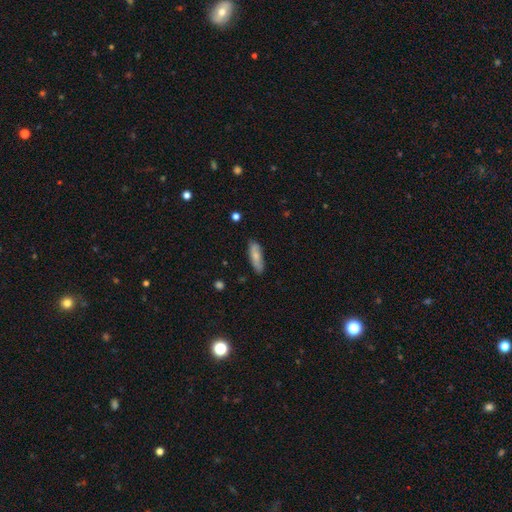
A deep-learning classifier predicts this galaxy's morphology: The model was most divided on "how rounded": in between: 51%, cigar-shaped: 47%, round: 2%. More confident: merging — none (82%); smooth or featured — smooth (75%).